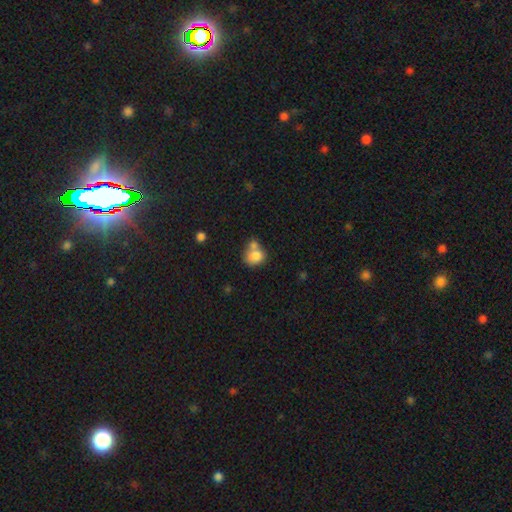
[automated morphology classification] A smooth galaxy with no disk features (81%) that is round (57%). Merging: merger (47%).